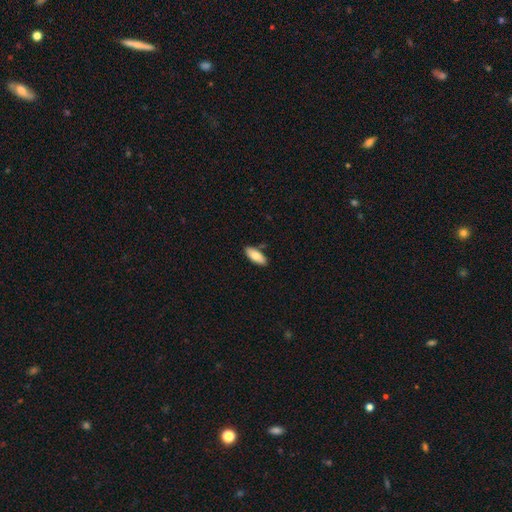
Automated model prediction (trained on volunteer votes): This appears to be a smooth galaxy with no disk features (79%) that is in between round and cigar-shaped (79%). Merging: none (84%).